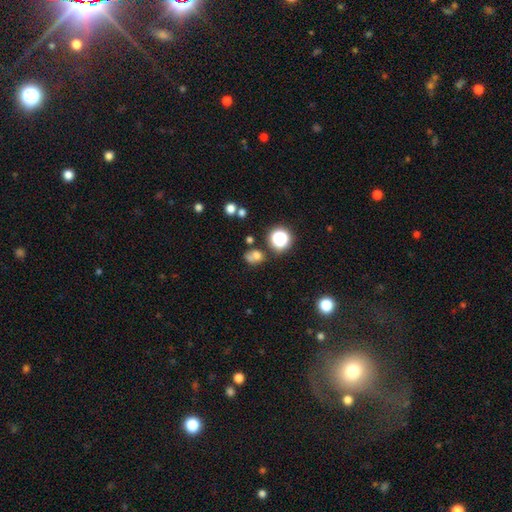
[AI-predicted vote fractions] Smooth or featured: smooth — 65% (star or artifact — 21%)
How rounded: round — 55% (in between — 43%)
Merging: none — 46% (merger — 27%)